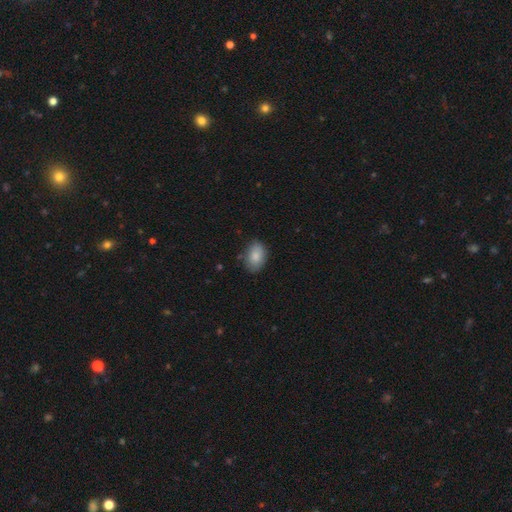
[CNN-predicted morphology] Smooth or featured? Predicted: smooth (p=0.85). How rounded? Predicted: in between (p=0.87). Merging? Predicted: none (p=0.79).